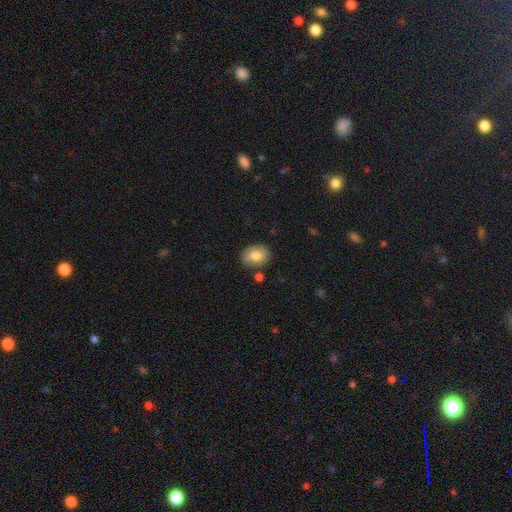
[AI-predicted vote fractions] A smooth galaxy with no disk features (75%) that is in between round and cigar-shaped (64%).

Vote fractions:
- Smooth or featured? smooth: 75% / featured or disk: 17% / star or artifact: 8%
- How rounded? in between: 64% / round: 35% / cigar-shaped: 1%
- Merging? none: 78% / minor disturbance: 14% / merger: 4% / major disturbance: 3%